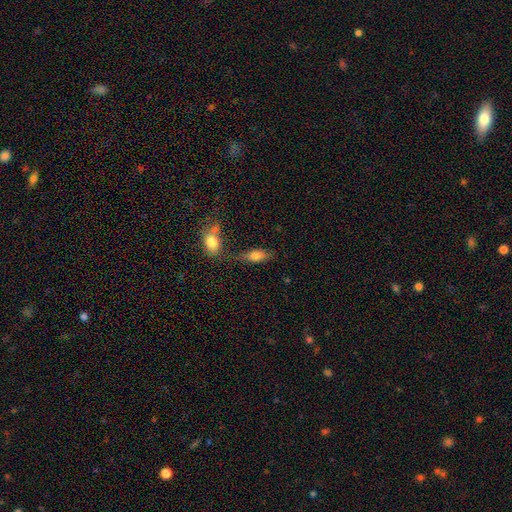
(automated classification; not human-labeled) Smooth or featured: smooth — 74% (featured or disk — 17%)
How rounded: in between — 75% (cigar-shaped — 19%)
Merging: none — 54% (merger — 20%)